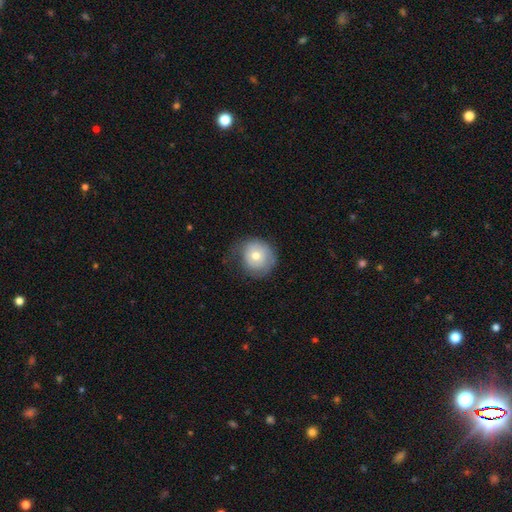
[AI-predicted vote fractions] smooth-or-featured: smooth: 66% | featured or disk: 25% | star or artifact: 9%
  how-rounded: round: 89% | in between: 10% | cigar-shaped: 1%
  merging: none: 55% | minor disturbance: 30% | major disturbance: 14% | merger: 1%